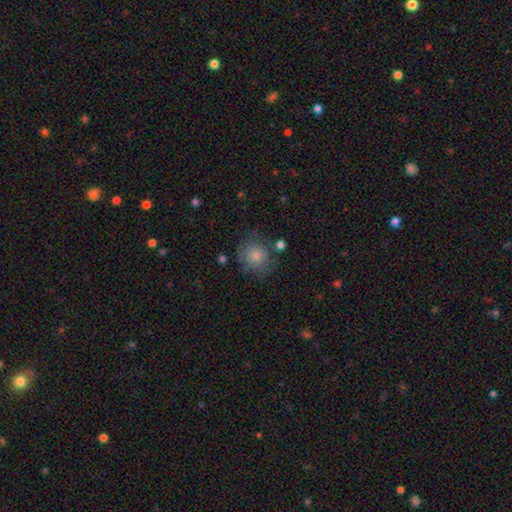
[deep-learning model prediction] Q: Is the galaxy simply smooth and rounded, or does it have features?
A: smooth — 81%.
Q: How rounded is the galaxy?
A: round — 86%.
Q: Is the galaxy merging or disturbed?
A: none — 68%.